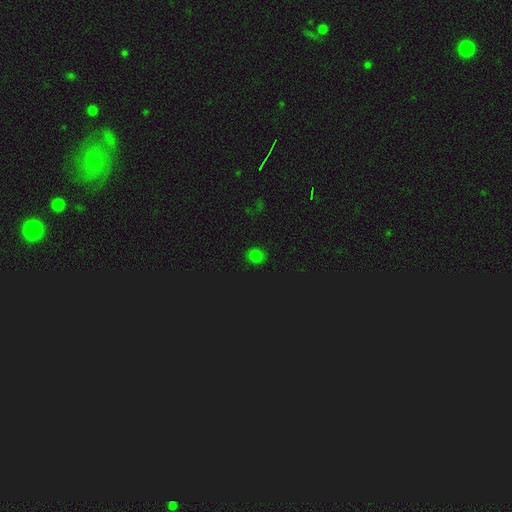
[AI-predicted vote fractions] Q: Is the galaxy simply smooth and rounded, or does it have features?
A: smooth — 72%.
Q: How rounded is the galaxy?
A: round — 72%.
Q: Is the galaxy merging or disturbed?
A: none — 88%.